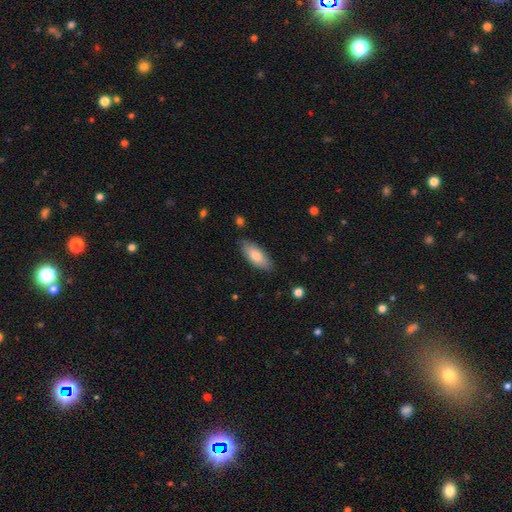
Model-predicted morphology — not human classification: smooth_or_featured: smooth (p=0.78) [alt: featured or disk p=0.16]
how_rounded: in between (p=0.81) [alt: cigar-shaped p=0.17]
merging: none (p=0.84) [alt: minor disturbance p=0.12]